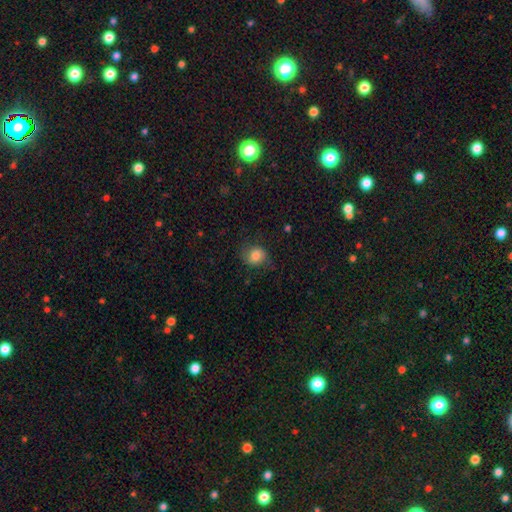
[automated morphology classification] Q: Smooth or featured?
A: smooth (77%); runner-up: featured or disk (15%)
Q: How rounded?
A: round (70%); runner-up: in between (29%)
Q: Merging?
A: none (69%); runner-up: minor disturbance (21%)